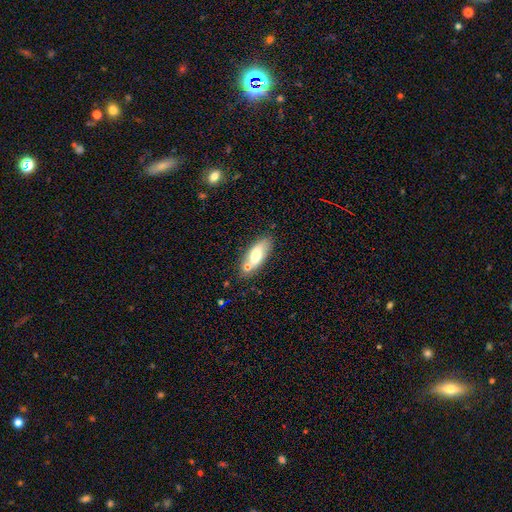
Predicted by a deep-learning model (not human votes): Smooth or featured? smooth (67%)
How rounded? in between (81%)
Merging? none (69%)